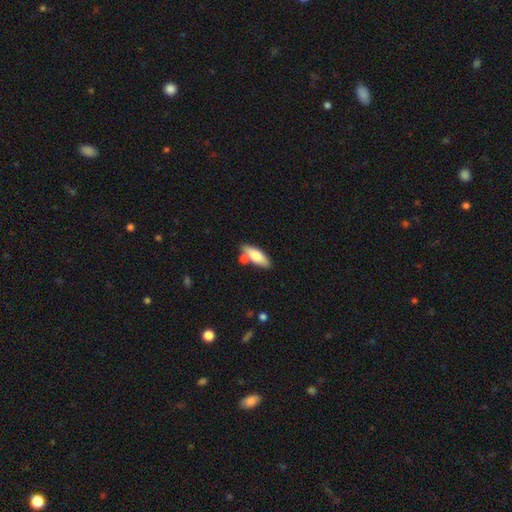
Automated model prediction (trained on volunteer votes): Smooth or featured? smooth (74%)
How rounded? in between (63%)
Merging? none (69%)